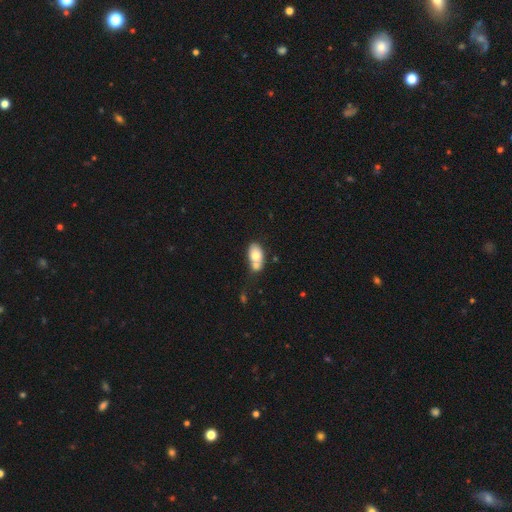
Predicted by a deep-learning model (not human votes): This is likely a smooth galaxy (72%). How rounded: clearly in between (87%). Merging: possibly merger (46%).